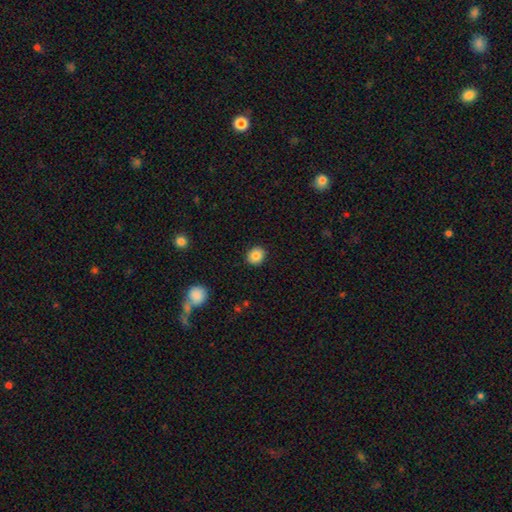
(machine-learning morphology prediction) Smooth or featured? Predicted: smooth (p=0.85). How rounded? Predicted: round (p=0.76). Merging? Predicted: none (p=0.90).